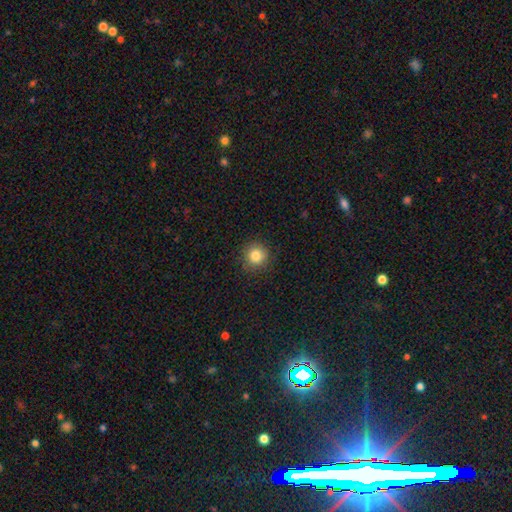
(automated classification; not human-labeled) The model was most divided on "smooth or featured": smooth: 83%, star or artifact: 11%, featured or disk: 6%. More confident: how rounded — round (93%); merging — none (89%).